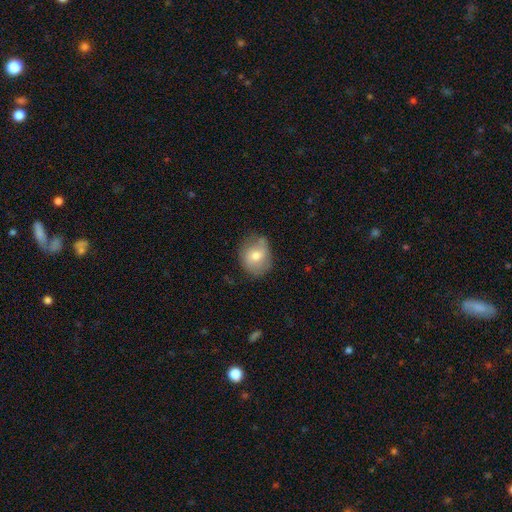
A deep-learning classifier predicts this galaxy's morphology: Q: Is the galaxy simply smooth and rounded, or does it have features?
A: smooth — 65%.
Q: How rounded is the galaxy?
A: round — 61%.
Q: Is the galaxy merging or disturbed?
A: none — 63%.